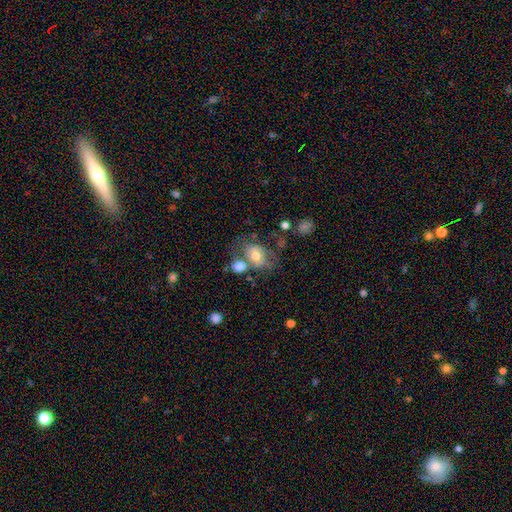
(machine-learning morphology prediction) This is possibly a smooth galaxy (56%). How rounded: possibly in between (57%). Merging: marginally none (37%).